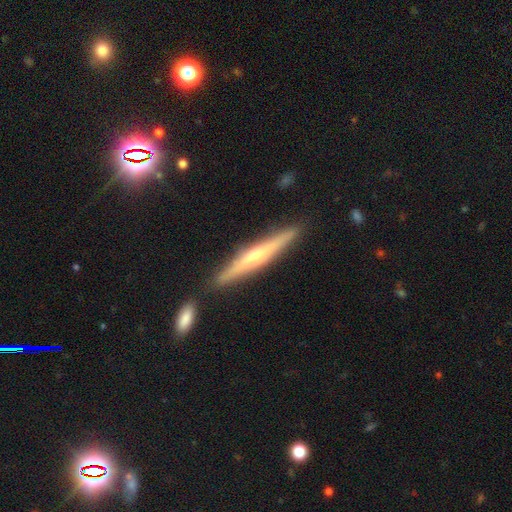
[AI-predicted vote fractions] Smooth or featured? Predicted: featured or disk (p=0.61). Edge-on disk? Predicted: yes (p=0.96). Edge-on bulge? Predicted: rounded (p=0.62). Merging? Predicted: none (p=0.85).